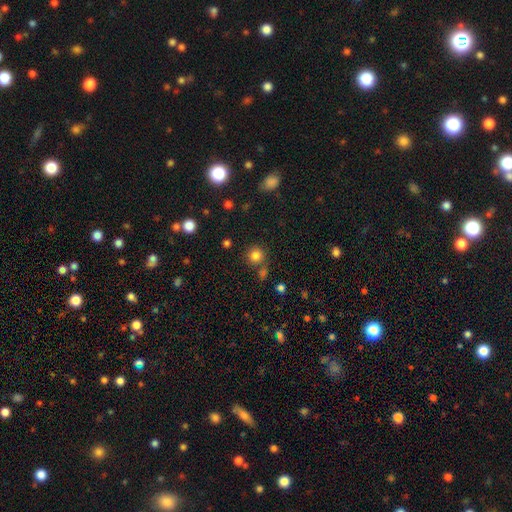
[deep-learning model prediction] Q: Smooth or featured?
A: smooth (81%); runner-up: star or artifact (13%)
Q: How rounded?
A: round (91%); runner-up: in between (8%)
Q: Merging?
A: none (72%); runner-up: merger (15%)